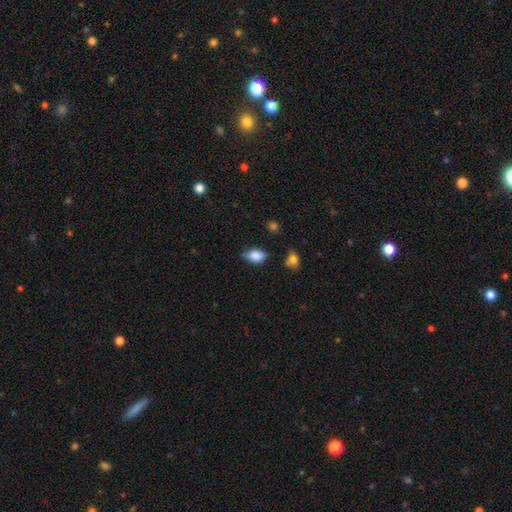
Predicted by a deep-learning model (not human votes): Smooth or featured: smooth — 81% (featured or disk — 10%)
How rounded: in between — 83% (round — 14%)
Merging: none — 56% (minor disturbance — 33%)